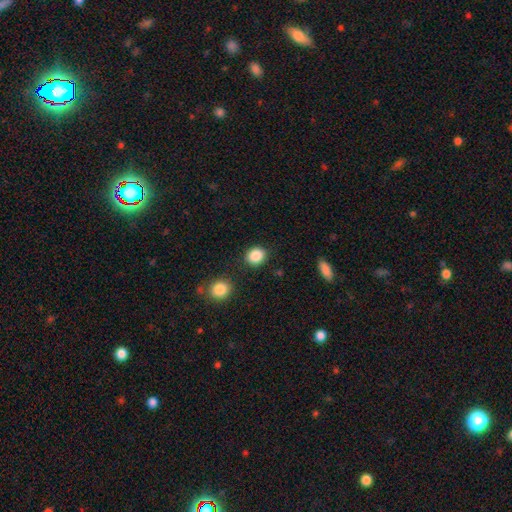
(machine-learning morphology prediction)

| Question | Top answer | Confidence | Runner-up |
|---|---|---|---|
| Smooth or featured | smooth | 87% | star or artifact (9%) |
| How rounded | round | 67% | in between (32%) |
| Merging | none | 85% | minor disturbance (9%) |